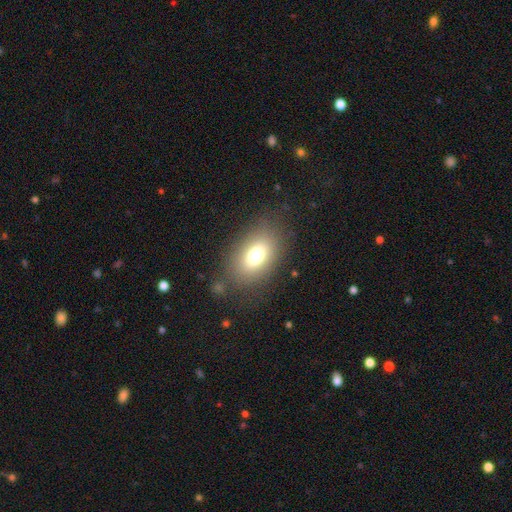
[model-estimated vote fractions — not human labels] A smooth galaxy with no disk features (73%) that is in between round and cigar-shaped (82%).

Vote fractions:
- Smooth or featured? smooth: 73% / featured or disk: 15% / star or artifact: 12%
- How rounded? in between: 82% / round: 15% / cigar-shaped: 2%
- Merging? none: 78% / minor disturbance: 13% / major disturbance: 7% / merger: 2%